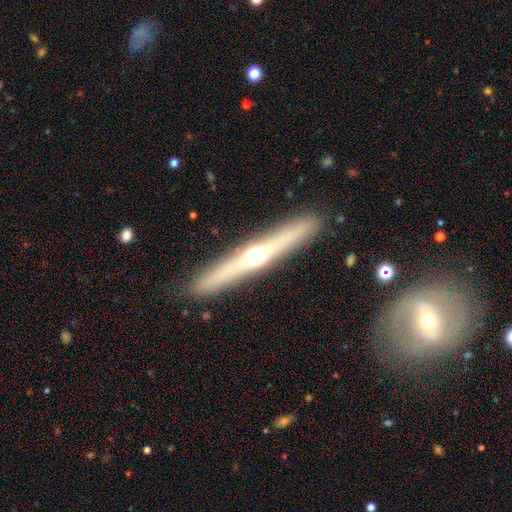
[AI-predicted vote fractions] A featured or disk galaxy (67%) viewed edge-on (96%) with a rounded central bulge (91%). Merging: none (91%).